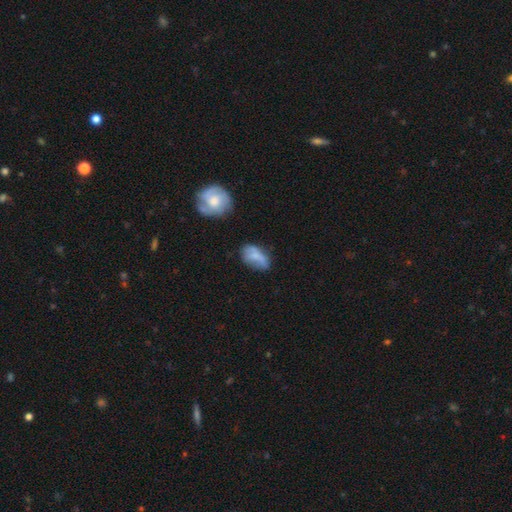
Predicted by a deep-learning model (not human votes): Overall: smooth (62%; featured or disk 29%). How rounded: in between (89%). Merging: none (42%; minor disturbance 33%).